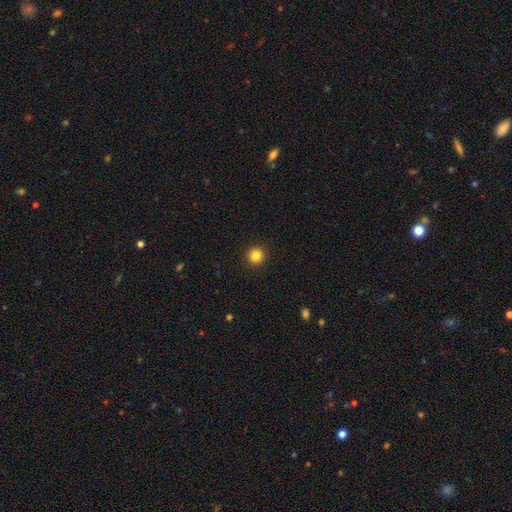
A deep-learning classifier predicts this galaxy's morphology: A smooth galaxy with no disk features (84%) that is round (95%). Merging: none (93%).